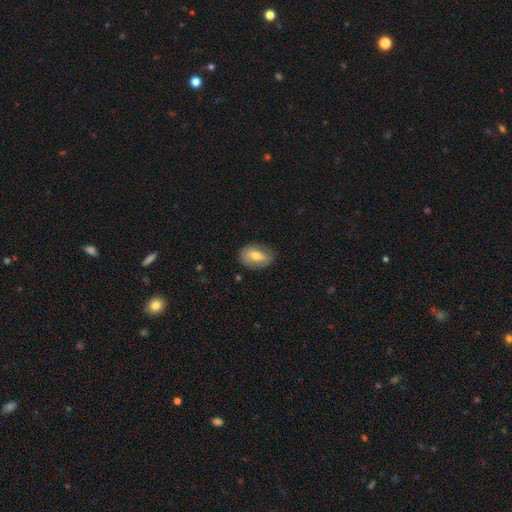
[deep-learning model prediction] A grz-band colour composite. It shows a smooth galaxy with no disk features (65%) that is in between round and cigar-shaped (79%). Merging: none (78%).